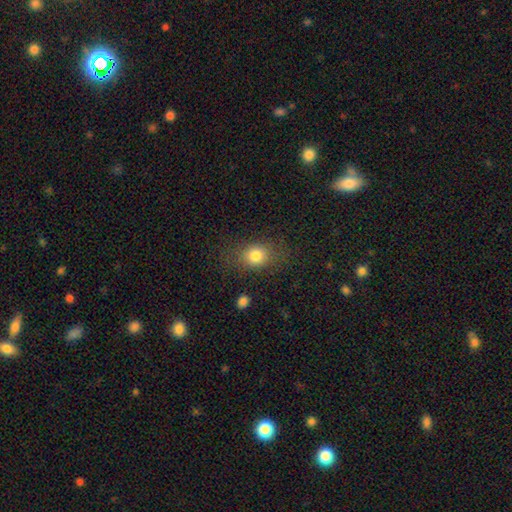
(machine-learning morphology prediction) Smooth or featured: smooth — 81% (star or artifact — 11%)
How rounded: round — 54% (in between — 45%)
Merging: none — 76% (minor disturbance — 15%)